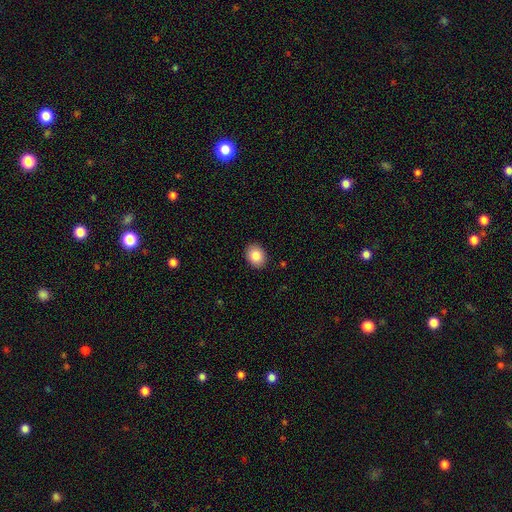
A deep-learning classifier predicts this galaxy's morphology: Smooth or featured? Predicted: smooth (p=0.84). How rounded? Predicted: in between (p=0.56). Merging? Predicted: none (p=0.90).